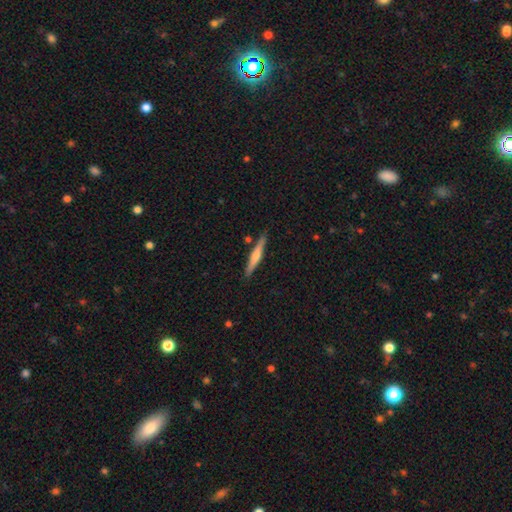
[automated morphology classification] Smooth or featured? featured or disk (58%)
Edge-on disk? yes (97%)
Edge-on bulge? rounded (75%)
Merging? none (89%)